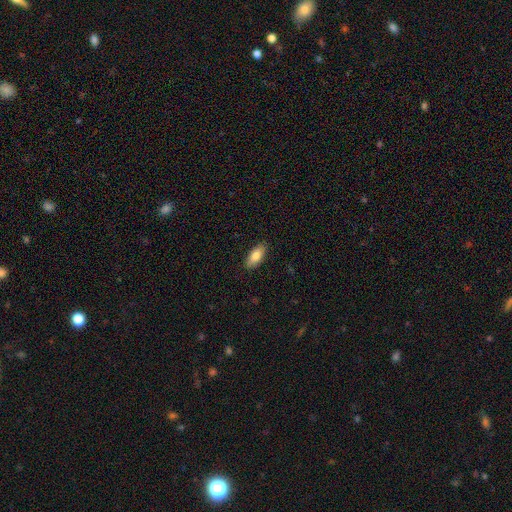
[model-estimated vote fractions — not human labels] Smooth or featured? Predicted: smooth (p=0.81). How rounded? Predicted: in between (p=0.84). Merging? Predicted: none (p=0.88).